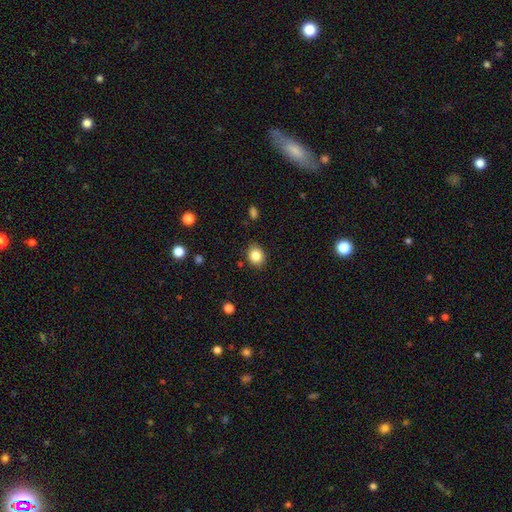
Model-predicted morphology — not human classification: A smooth galaxy with no disk features (85%) that is round (59%).

Vote fractions:
- Smooth or featured? smooth: 85% / star or artifact: 10% / featured or disk: 6%
- How rounded? round: 59% / in between: 41% / cigar-shaped: 1%
- Merging? none: 86% / minor disturbance: 10% / major disturbance: 2% / merger: 2%